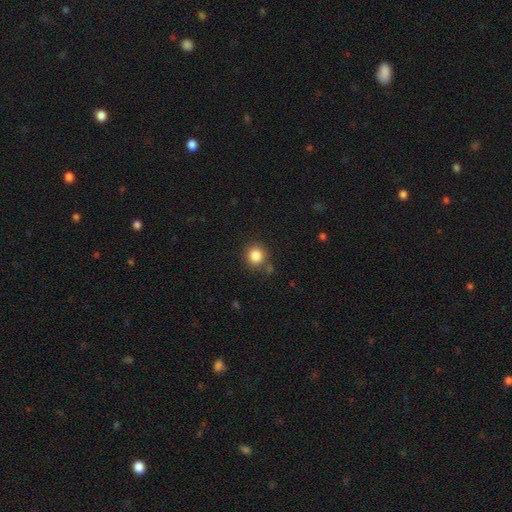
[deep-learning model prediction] A smooth galaxy with no disk features (85%) that is round (84%).

Vote fractions:
- Smooth or featured? smooth: 85% / star or artifact: 11% / featured or disk: 5%
- How rounded? round: 84% / in between: 15% / cigar-shaped: 1%
- Merging? none: 80% / minor disturbance: 12% / merger: 4% / major disturbance: 4%